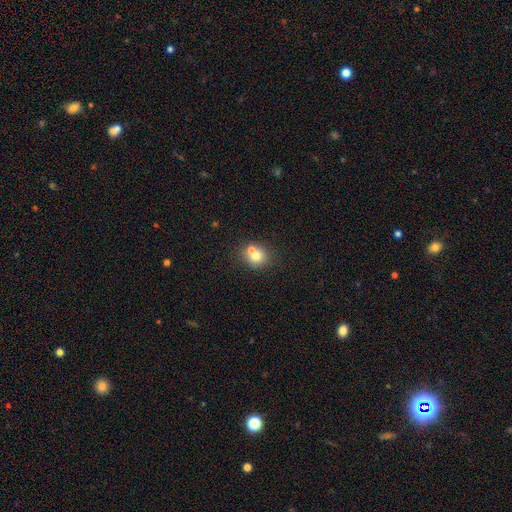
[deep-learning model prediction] Q: Smooth or featured?
A: smooth (70%); runner-up: featured or disk (17%)
Q: How rounded?
A: round (80%); runner-up: in between (19%)
Q: Merging?
A: none (47%); runner-up: merger (42%)